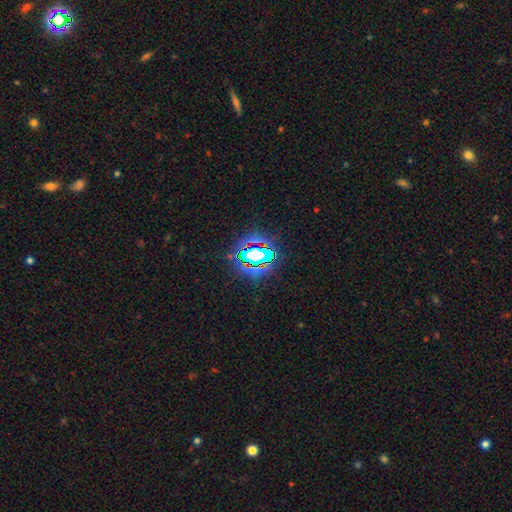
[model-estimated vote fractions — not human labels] Smooth or featured: star or artifact — 67% (smooth — 19%)